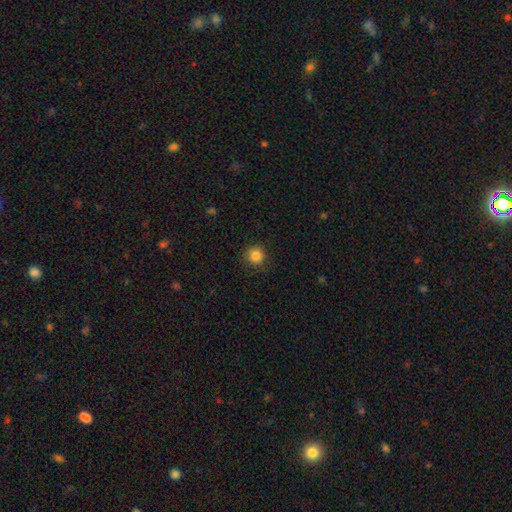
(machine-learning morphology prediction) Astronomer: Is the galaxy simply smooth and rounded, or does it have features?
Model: smooth — 85%.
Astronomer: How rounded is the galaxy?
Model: round — 93%.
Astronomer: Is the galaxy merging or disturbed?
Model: none — 87%.